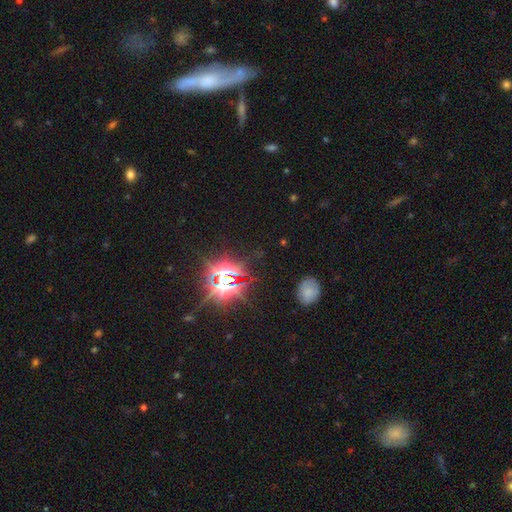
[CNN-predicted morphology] This appears to be a star or artifact, not a galaxy (76%).